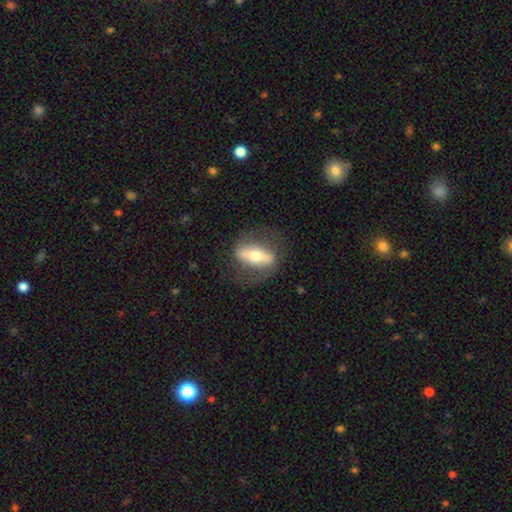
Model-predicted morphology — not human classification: featured or disk 59%, smooth 35%, star or artifact 6%. Down the decision tree: edge-on disk — no (58%); merging — none (72%).